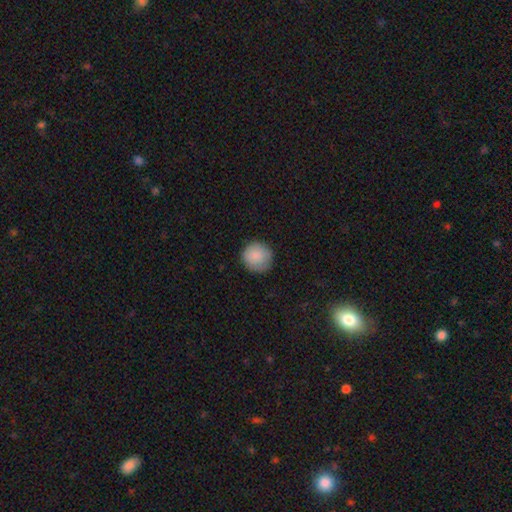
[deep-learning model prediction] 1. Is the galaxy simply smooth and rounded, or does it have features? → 87% smooth, 7% star or artifact, 6% featured or disk.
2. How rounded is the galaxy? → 94% round, 5% in between, 1% cigar-shaped.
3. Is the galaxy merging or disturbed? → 85% none, 11% minor disturbance, 3% major disturbance, 1% merger.